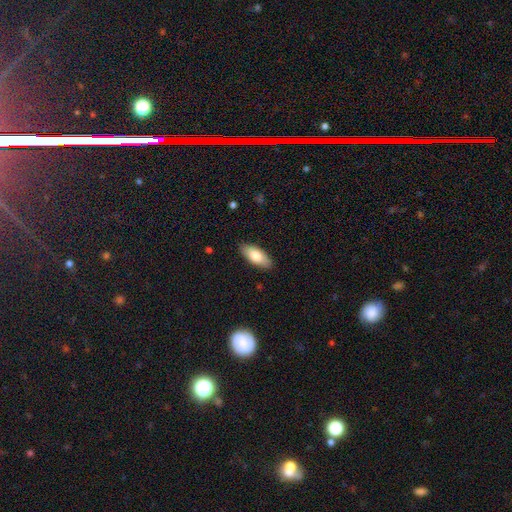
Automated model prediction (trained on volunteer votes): smooth_or_featured: smooth (p=0.78) [alt: featured or disk p=0.16]
how_rounded: in between (p=0.83) [alt: cigar-shaped p=0.15]
merging: none (p=0.88) [alt: minor disturbance p=0.09]